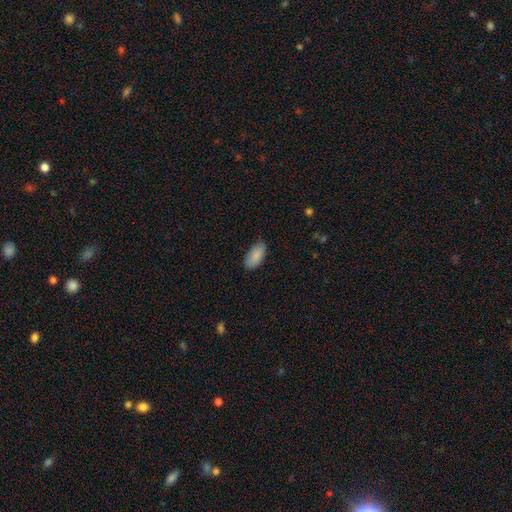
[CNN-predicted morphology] smooth-or-featured: smooth: 88% | star or artifact: 6% | featured or disk: 6%
  how-rounded: in between: 94% | cigar-shaped: 4% | round: 2%
  merging: none: 80% | minor disturbance: 16% | major disturbance: 3% | merger: 1%